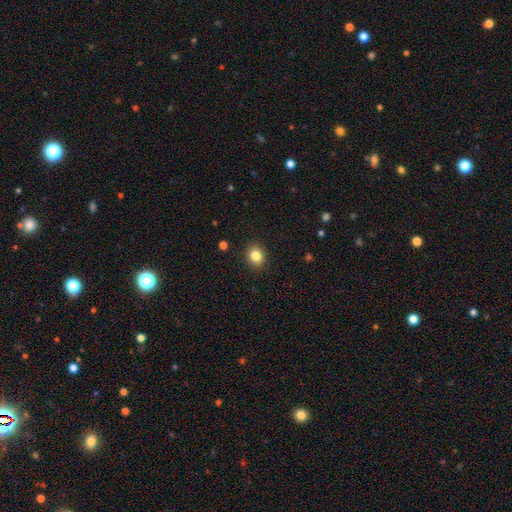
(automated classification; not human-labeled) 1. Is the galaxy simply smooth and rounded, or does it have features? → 84% smooth, 11% star or artifact, 6% featured or disk.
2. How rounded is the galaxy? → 62% round, 37% in between, 1% cigar-shaped.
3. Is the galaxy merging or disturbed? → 90% none, 7% minor disturbance, 2% major disturbance, 1% merger.